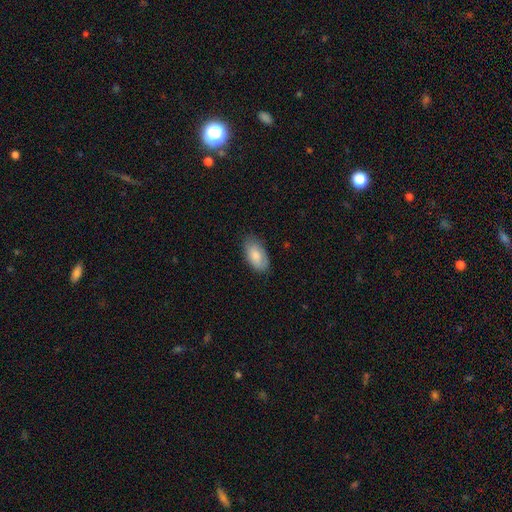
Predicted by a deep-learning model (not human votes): smooth_or_featured: smooth (p=0.79) [alt: featured or disk p=0.15]
how_rounded: in between (p=0.94) [alt: round p=0.03]
merging: none (p=0.76) [alt: minor disturbance p=0.20]